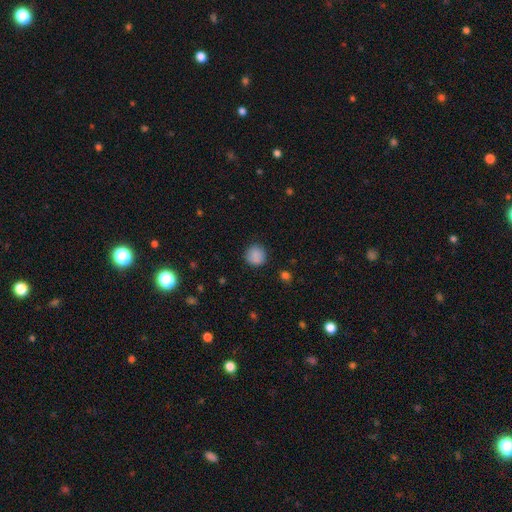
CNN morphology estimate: smooth_or_featured: smooth (p=0.87) [alt: star or artifact p=0.09]
how_rounded: round (p=0.91) [alt: in between p=0.08]
merging: none (p=0.85) [alt: minor disturbance p=0.11]